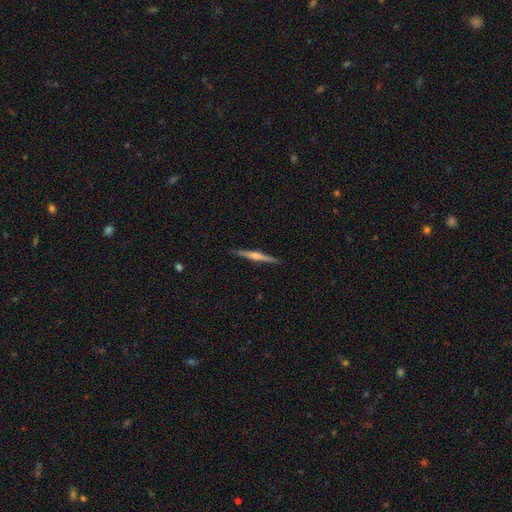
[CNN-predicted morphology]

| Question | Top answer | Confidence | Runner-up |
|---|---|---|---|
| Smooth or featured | featured or disk | 77% | smooth (18%) |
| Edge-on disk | yes | 98% | no (2%) |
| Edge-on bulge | rounded | 84% | boxy (9%) |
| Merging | none | 91% | minor disturbance (6%) |